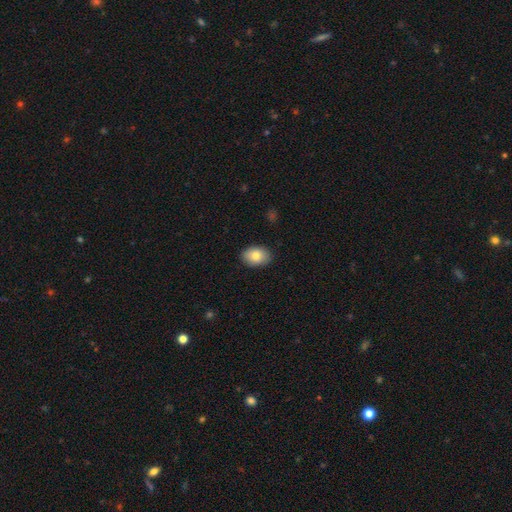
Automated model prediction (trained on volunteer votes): The model was most divided on "how rounded": in between: 80%, round: 19%, cigar-shaped: 1%. More confident: merging — none (88%); smooth or featured — smooth (82%).